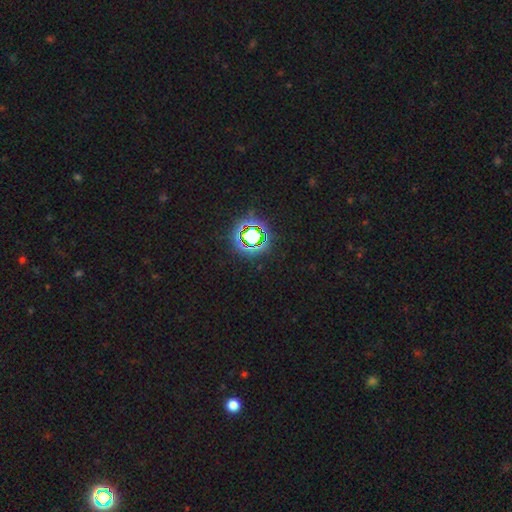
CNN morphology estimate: This is likely a star or artifact rather than a galaxy (79%).